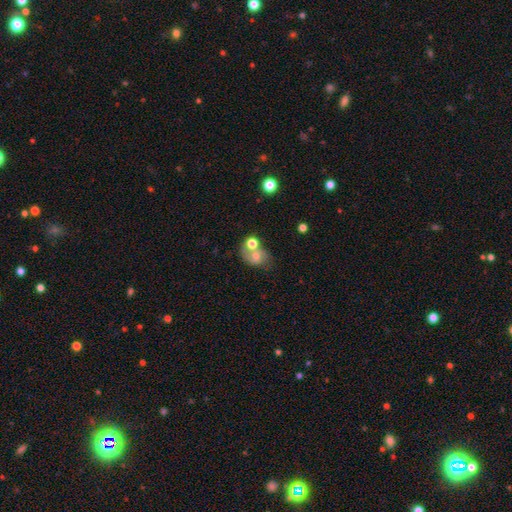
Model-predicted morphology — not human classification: smooth-or-featured: smooth: 58% | featured or disk: 30% | star or artifact: 12%
  how-rounded: in between: 52% | round: 46% | cigar-shaped: 1%
  merging: none: 38% (tied) | merger: 38% (tied) | minor disturbance: 15% | major disturbance: 9%